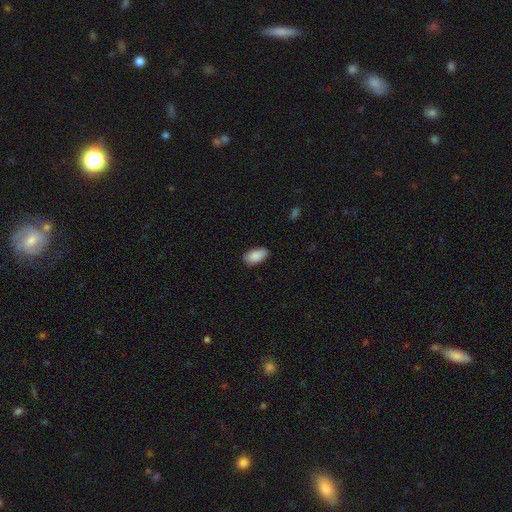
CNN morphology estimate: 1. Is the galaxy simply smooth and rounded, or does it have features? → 88% smooth, 6% star or artifact, 5% featured or disk.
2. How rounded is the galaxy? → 94% in between, 4% round, 2% cigar-shaped.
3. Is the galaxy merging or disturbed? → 78% none, 18% minor disturbance, 3% major disturbance, 1% merger.